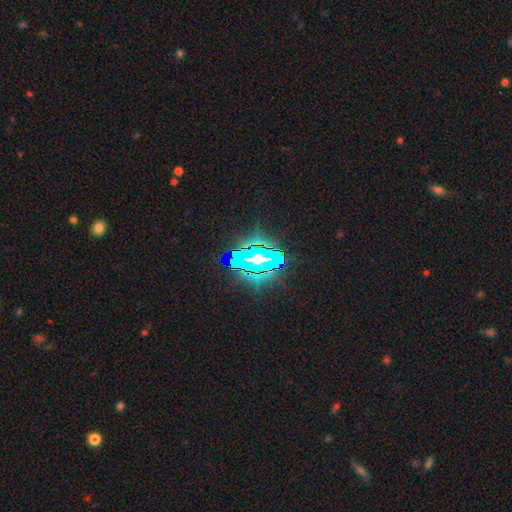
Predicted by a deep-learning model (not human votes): Overall: star or artifact (72%).